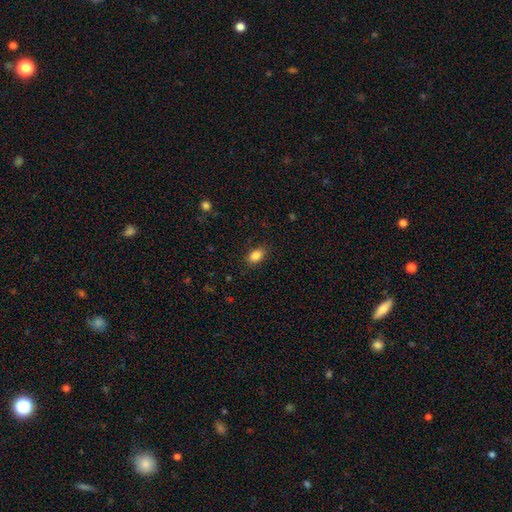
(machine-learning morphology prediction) smooth 87%, star or artifact 9%, featured or disk 4%. Down the decision tree: how rounded — in between (85%); merging — none (86%).